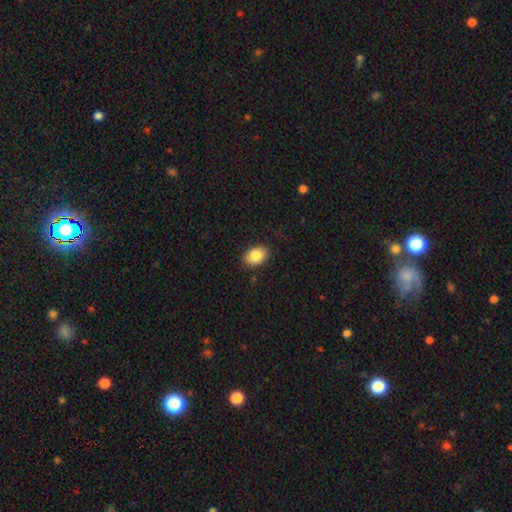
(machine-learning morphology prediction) Smooth or featured? smooth (85%)
How rounded? in between (79%)
Merging? none (88%)